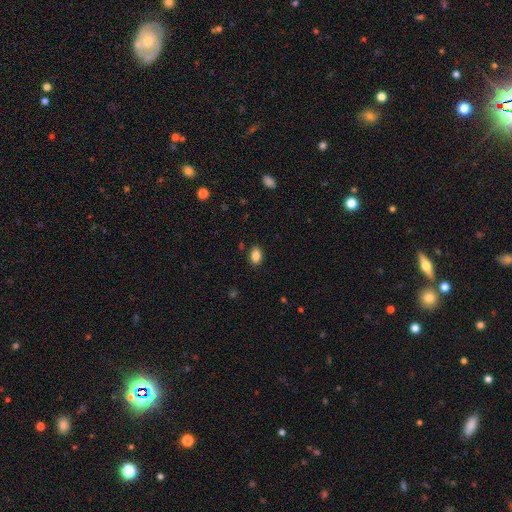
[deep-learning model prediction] Smooth or featured: smooth — 86% (star or artifact — 9%)
How rounded: in between — 84% (round — 14%)
Merging: none — 86% (minor disturbance — 10%)